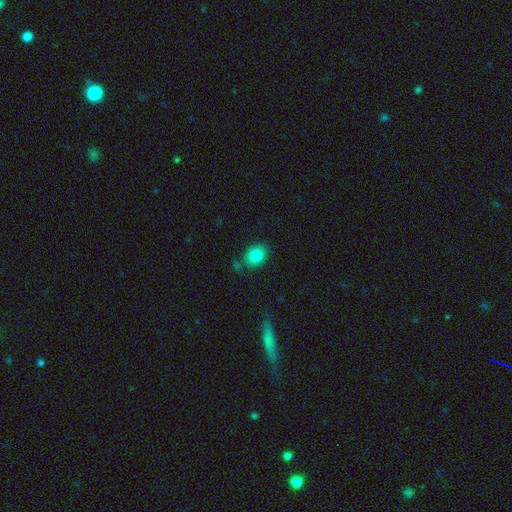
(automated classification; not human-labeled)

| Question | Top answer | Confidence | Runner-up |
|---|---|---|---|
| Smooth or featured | smooth | 83% | star or artifact (9%) |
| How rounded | in between | 54% | round (45%) |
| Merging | none | 79% | minor disturbance (14%) |